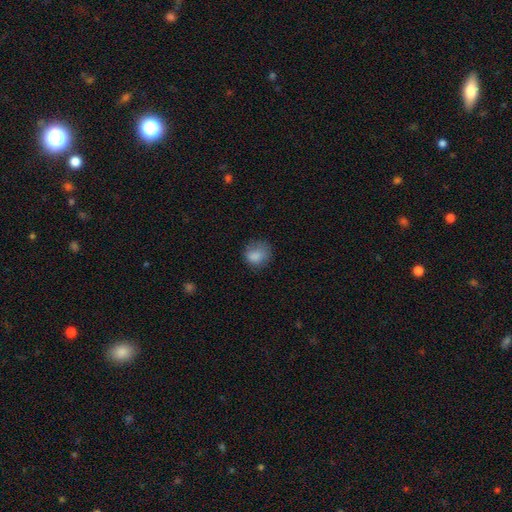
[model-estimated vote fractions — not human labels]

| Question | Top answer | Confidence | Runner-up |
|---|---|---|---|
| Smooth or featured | smooth | 84% | star or artifact (10%) |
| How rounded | round | 72% | in between (27%) |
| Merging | none | 65% | minor disturbance (24%) |